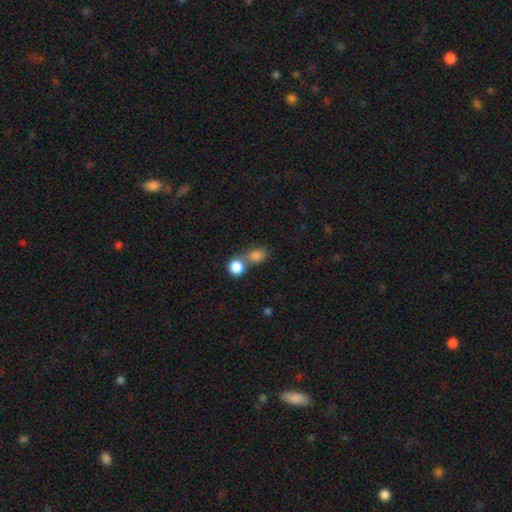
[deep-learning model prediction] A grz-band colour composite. It shows a smooth galaxy with no disk features (82%) that is in between round and cigar-shaped (50%). Merging: merger (45%).